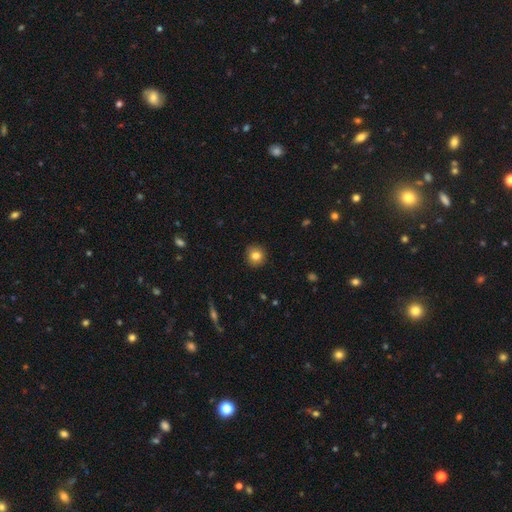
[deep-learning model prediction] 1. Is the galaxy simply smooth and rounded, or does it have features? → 82% smooth, 10% star or artifact, 8% featured or disk.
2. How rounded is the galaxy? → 93% round, 6% in between, 1% cigar-shaped.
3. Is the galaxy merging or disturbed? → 91% none, 6% minor disturbance, 2% major disturbance, 1% merger.